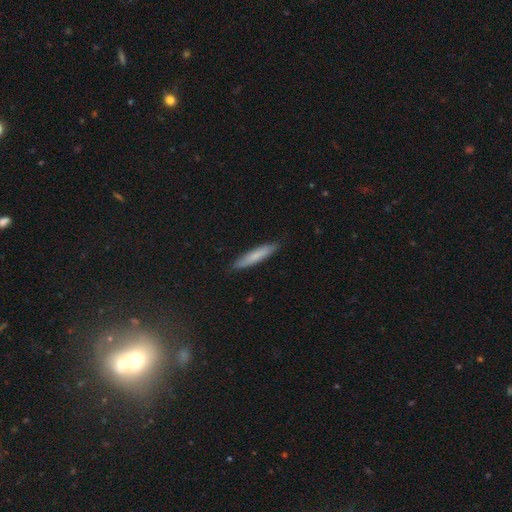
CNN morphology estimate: smooth 74%, featured or disk 20%, star or artifact 6%. Down the decision tree: how rounded — cigar-shaped (91%); merging — none (88%).